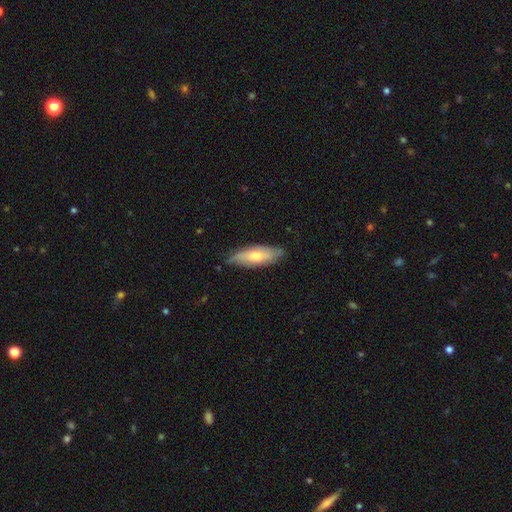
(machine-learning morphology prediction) This appears to be a smooth galaxy with no disk features (57%) that is in between round and cigar-shaped (66%). Merging: none (71%).